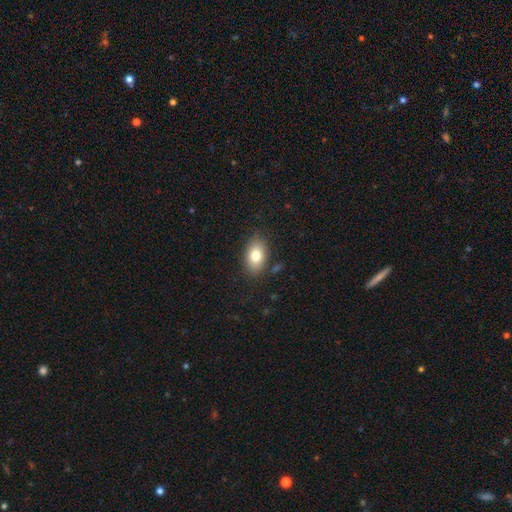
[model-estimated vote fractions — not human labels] A smooth galaxy with no disk features (80%) that is in between round and cigar-shaped (88%). Merging: none (83%).